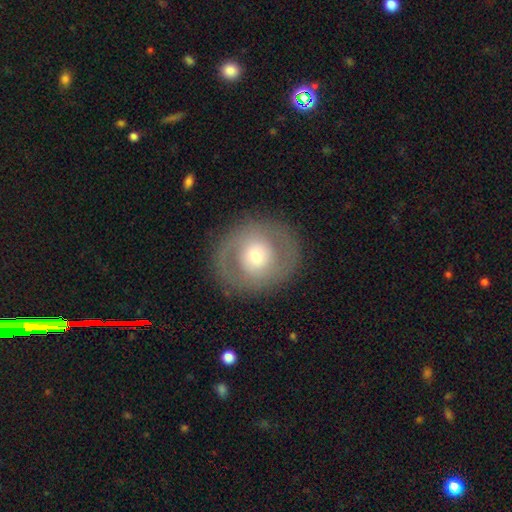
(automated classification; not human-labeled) The model was most divided on "smooth or featured": featured or disk: 51%, smooth: 42%, star or artifact: 7%. More confident: edge-on disk — no (95%); merging — none (83%).